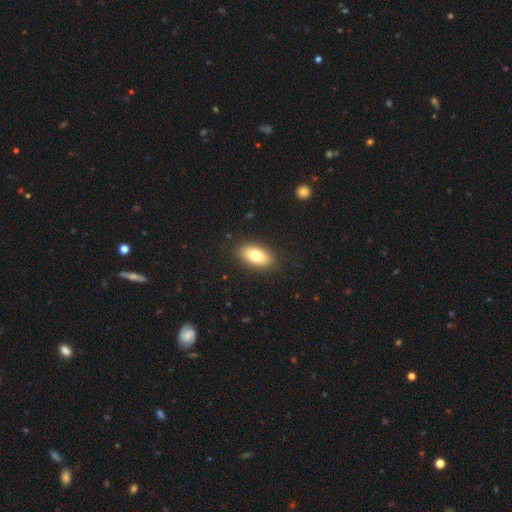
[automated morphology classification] Smooth or featured?
  - smooth: 78% *
  - featured or disk: 14%
  - star or artifact: 8%
How rounded?
  - in between: 91% *
  - round: 5%
  - cigar-shaped: 4%
Merging?
  - none: 88% *
  - minor disturbance: 9%
  - major disturbance: 2%
  - merger: 1%